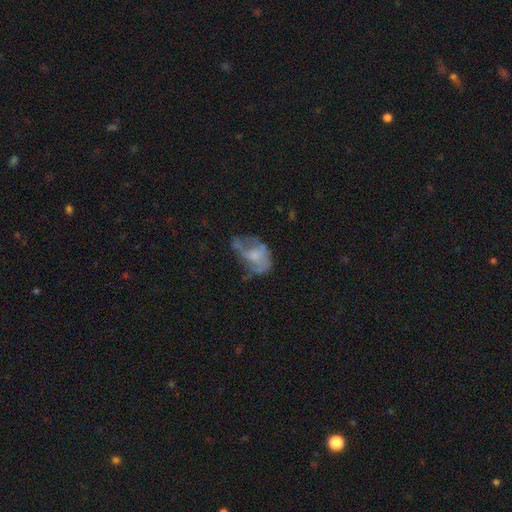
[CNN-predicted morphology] featured or disk 60%, smooth 31%, star or artifact 9%. Down the decision tree: edge-on disk — no (97%); bar — no (74%); spiral arms — yes (52%); bulge size — small (42%); merging — major disturbance (38%).